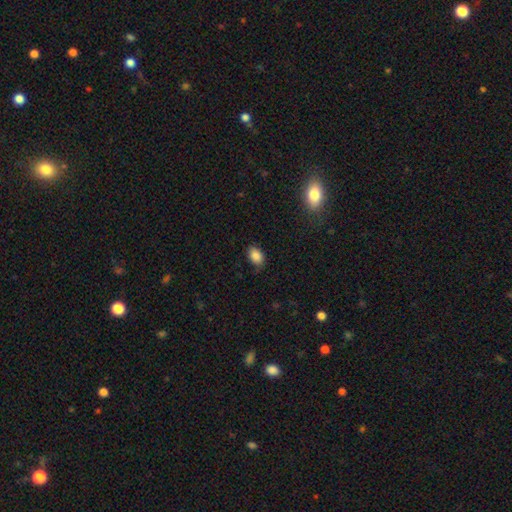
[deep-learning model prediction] Smooth or featured: smooth — 86% (star or artifact — 9%)
How rounded: in between — 83% (round — 16%)
Merging: none — 80% (minor disturbance — 16%)